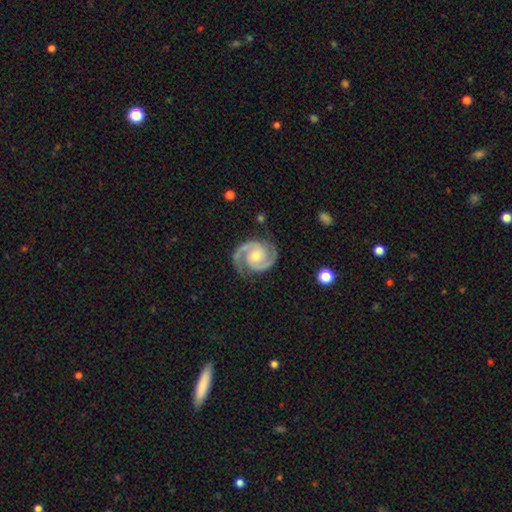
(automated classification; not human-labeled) Morphology: type=featured or disk (94%); edge-on=no (98%); bar=no (60%); spiral arms=yes (99%); winding=medium (48%); arm count=2 (94%); bulge=moderate (59%); merging=none (84%).